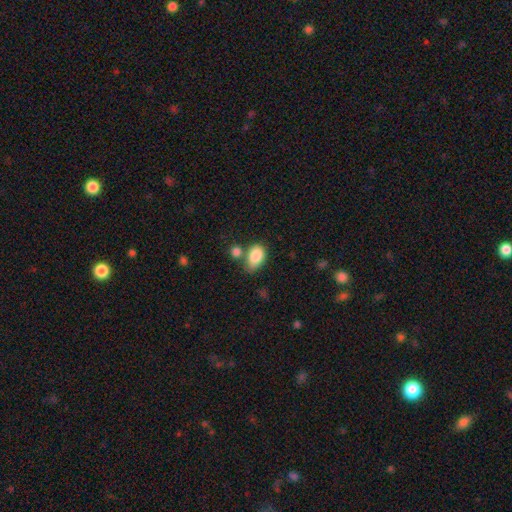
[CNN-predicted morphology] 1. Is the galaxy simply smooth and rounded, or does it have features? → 86% smooth, 8% star or artifact, 7% featured or disk.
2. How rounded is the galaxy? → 87% in between, 12% round, 1% cigar-shaped.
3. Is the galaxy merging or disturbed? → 51% none, 22% merger, 20% minor disturbance, 7% major disturbance.